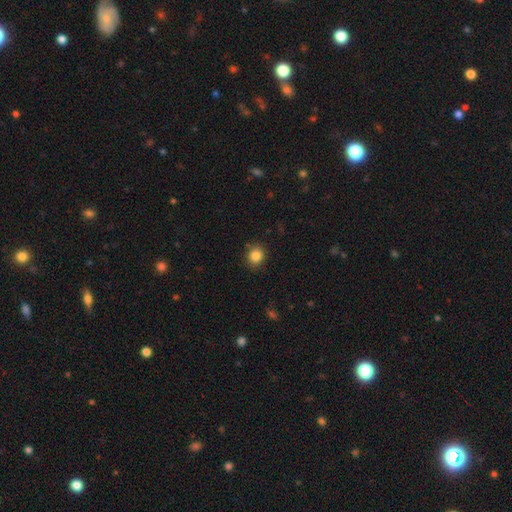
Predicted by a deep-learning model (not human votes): smooth-or-featured: smooth: 85% | star or artifact: 10% | featured or disk: 5%
  how-rounded: round: 83% | in between: 16% | cigar-shaped: 1%
  merging: none: 88% | minor disturbance: 8% | major disturbance: 2% | merger: 2%